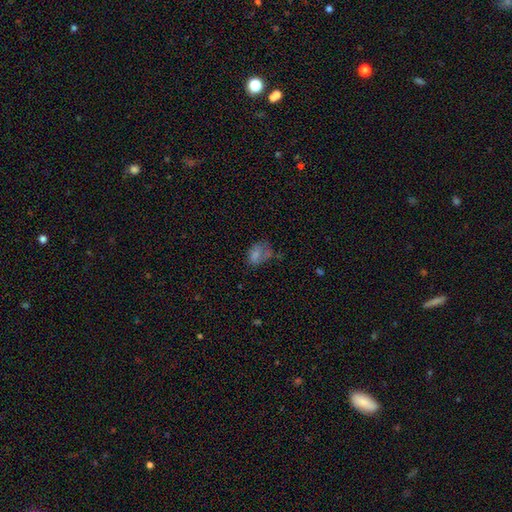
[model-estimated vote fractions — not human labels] This is possibly a smooth galaxy (51%). How rounded: likely in between (74%). Merging: marginally none (39%).